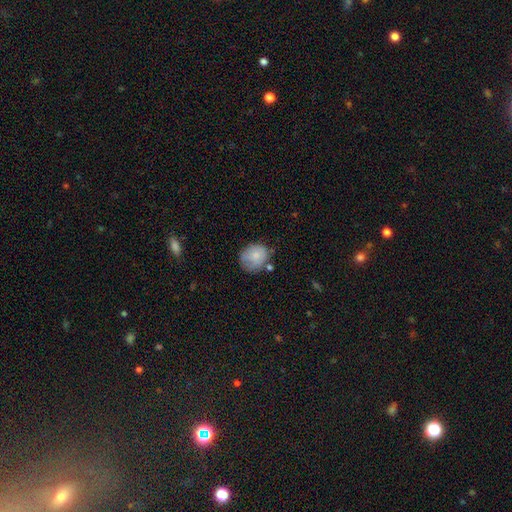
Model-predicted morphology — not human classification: Smooth or featured?
  - smooth: 76% *
  - featured or disk: 16%
  - star or artifact: 7%
How rounded?
  - round: 72% *
  - in between: 27%
  - cigar-shaped: 1%
Merging?
  - none: 58% *
  - minor disturbance: 28%
  - major disturbance: 8%
  - merger: 6%